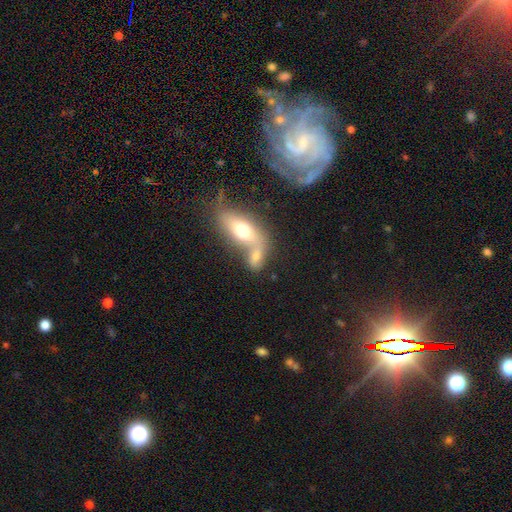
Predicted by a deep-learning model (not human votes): smooth-or-featured: smooth: 66% | featured or disk: 24% | star or artifact: 10%
  how-rounded: in between: 75% | cigar-shaped: 13% | round: 12%
  merging: merger: 57% | none: 28% | minor disturbance: 8% | major disturbance: 7%